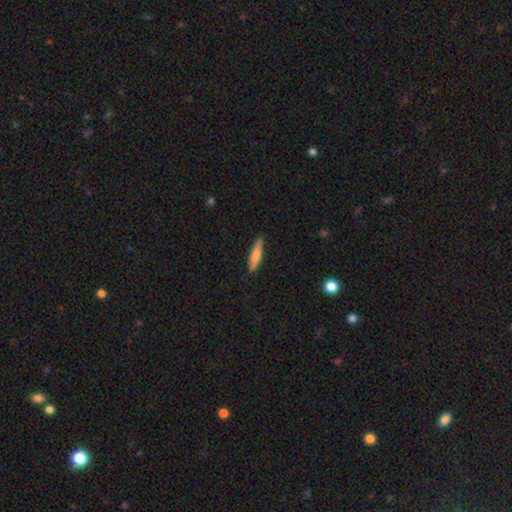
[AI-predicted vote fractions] Smooth or featured: smooth — 72% (featured or disk — 22%)
How rounded: cigar-shaped — 82% (in between — 16%)
Merging: none — 86% (minor disturbance — 11%)